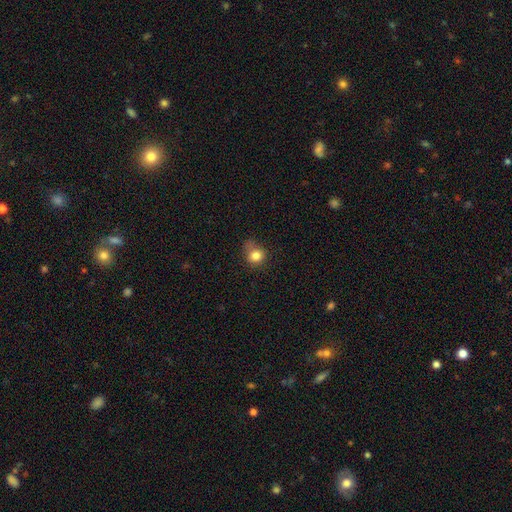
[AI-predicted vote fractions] Smooth or featured: smooth — 81% (star or artifact — 11%)
How rounded: round — 76% (in between — 23%)
Merging: none — 50% (minor disturbance — 32%)